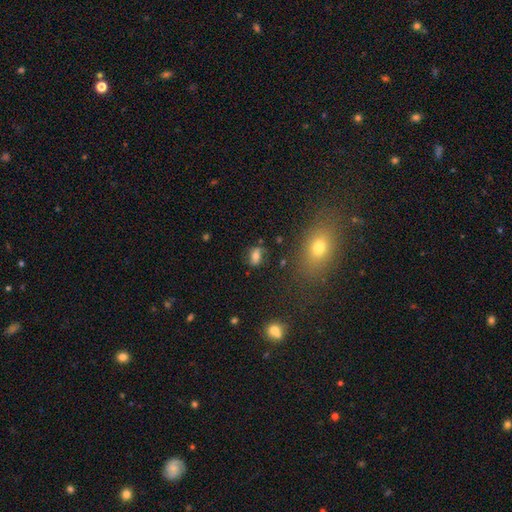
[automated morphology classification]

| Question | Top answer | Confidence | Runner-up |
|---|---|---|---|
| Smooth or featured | smooth | 59% | featured or disk (27%) |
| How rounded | in between | 75% | round (20%) |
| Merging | none | 69% | minor disturbance (19%) |